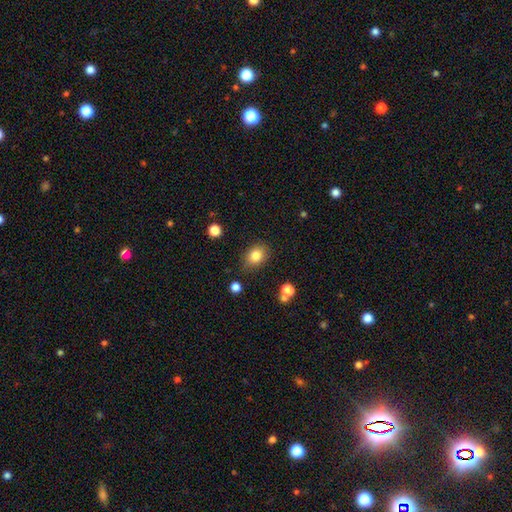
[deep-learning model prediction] Overall: smooth (83%). How rounded: in between (60%; round 39%). Merging: none (80%).